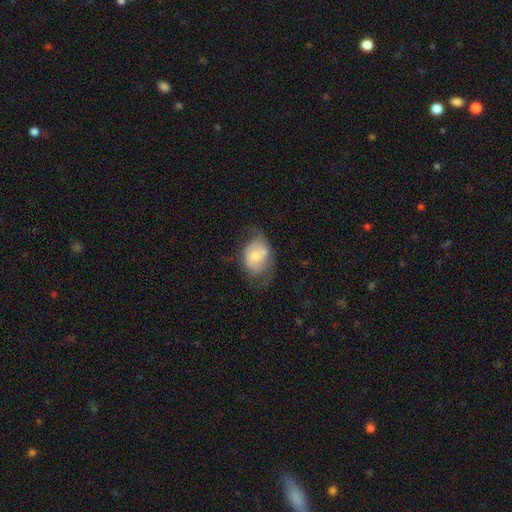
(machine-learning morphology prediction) Overall: smooth (52%; featured or disk 41%). How rounded: in between (65%; round 34%). Merging: none (46%; minor disturbance 31%).